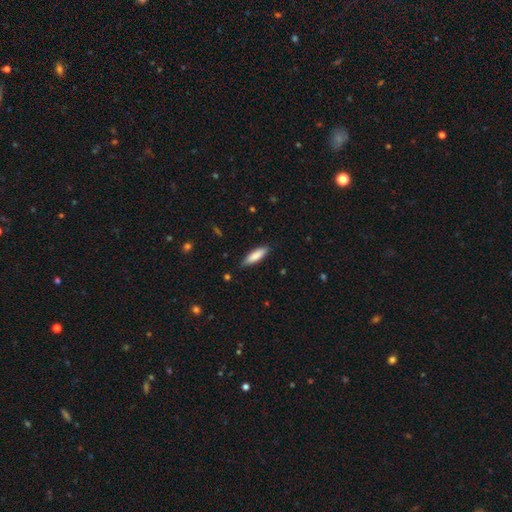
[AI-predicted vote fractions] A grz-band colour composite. It shows a smooth galaxy with no disk features (84%) that is cigar-shaped (60%). Merging: none (85%).